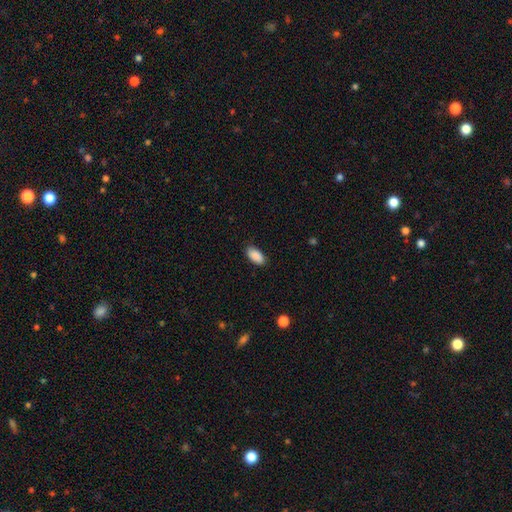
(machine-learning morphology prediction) The model was most divided on "merging": none: 85%, minor disturbance: 12%, major disturbance: 2%, merger: 1%. More confident: how rounded — in between (94%); smooth or featured — smooth (89%).